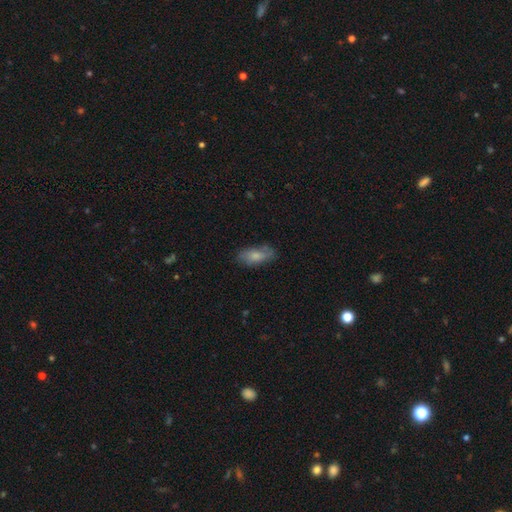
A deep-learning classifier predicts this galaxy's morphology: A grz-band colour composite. It shows a smooth galaxy with no disk features (71%) that is in between round and cigar-shaped (82%). Merging: none (72%).